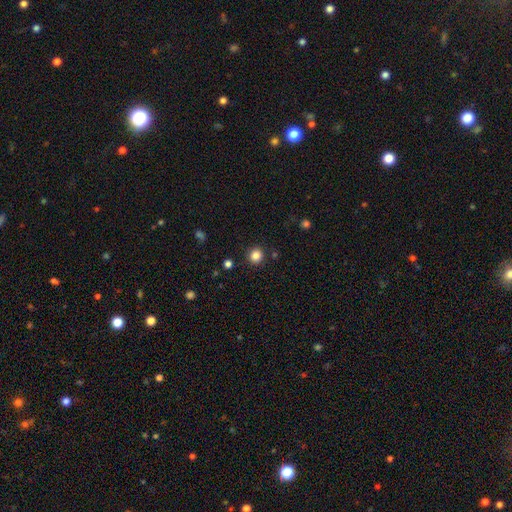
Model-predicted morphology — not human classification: Smooth or featured?
  - smooth: 84% *
  - star or artifact: 12%
  - featured or disk: 4%
How rounded?
  - round: 92% *
  - in between: 8%
  - cigar-shaped: 1%
Merging?
  - none: 90% *
  - minor disturbance: 6%
  - major disturbance: 2%
  - merger: 2%